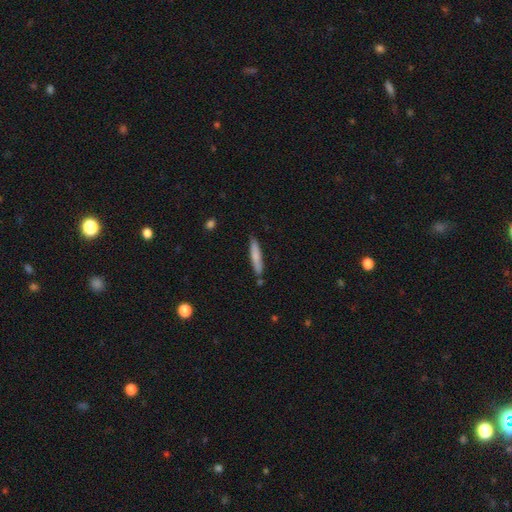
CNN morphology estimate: This is likely a smooth galaxy (78%). How rounded: clearly cigar-shaped (90%). Merging: clearly none (82%).